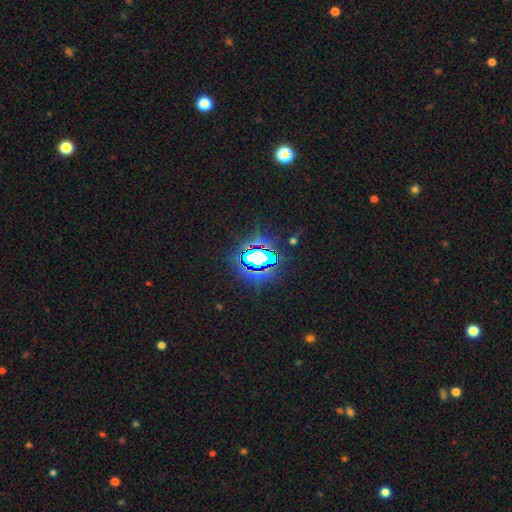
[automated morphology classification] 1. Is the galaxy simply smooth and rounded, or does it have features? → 70% star or artifact, 18% smooth, 13% featured or disk.